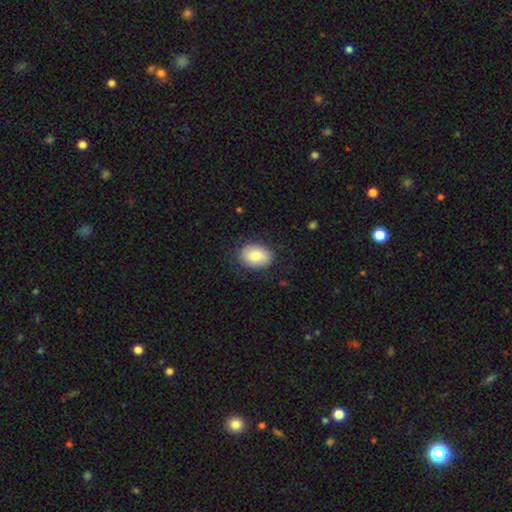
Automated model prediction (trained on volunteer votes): A smooth galaxy with no disk features (83%) that is in between round and cigar-shaped (75%).

Vote fractions:
- Smooth or featured? smooth: 83% / featured or disk: 10% / star or artifact: 6%
- How rounded? in between: 75% / round: 24% / cigar-shaped: 1%
- Merging? none: 82% / minor disturbance: 14% / major disturbance: 4% / merger: 1%